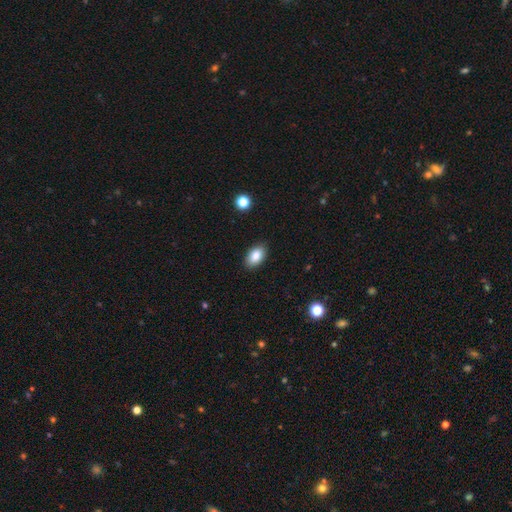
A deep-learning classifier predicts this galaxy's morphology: type=smooth (84%); roundness=in between (92%); merging=none (88%).